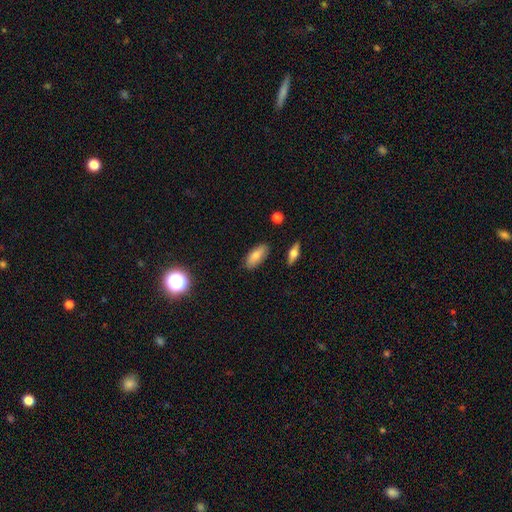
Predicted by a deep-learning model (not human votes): smooth_or_featured: smooth (p=0.78) [alt: featured or disk p=0.14]
how_rounded: in between (p=0.85) [alt: cigar-shaped p=0.12]
merging: none (p=0.83) [alt: minor disturbance p=0.12]